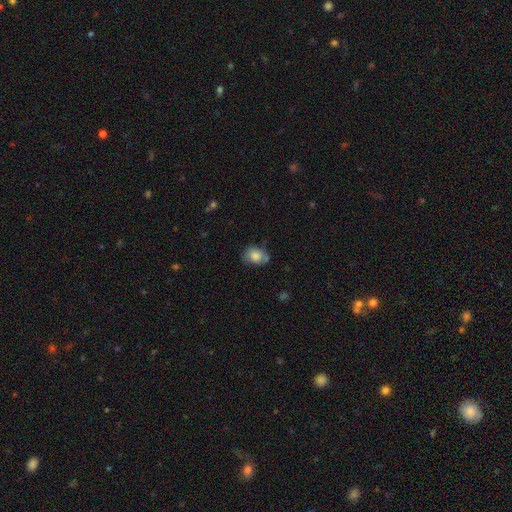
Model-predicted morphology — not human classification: Smooth or featured? Predicted: smooth (p=0.78). How rounded? Predicted: in between (p=0.63). Merging? Predicted: none (p=0.57).